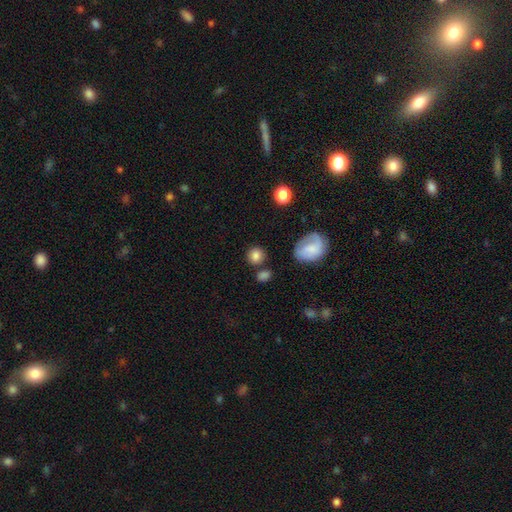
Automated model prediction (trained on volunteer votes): This is clearly a smooth galaxy (83%). How rounded: clearly round (84%). Merging: likely none (78%).